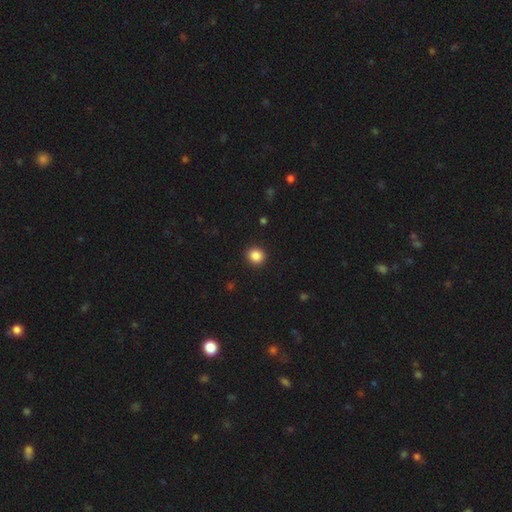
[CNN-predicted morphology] This appears to be a smooth galaxy with no disk features (87%) that is round (85%). Merging: none (92%).